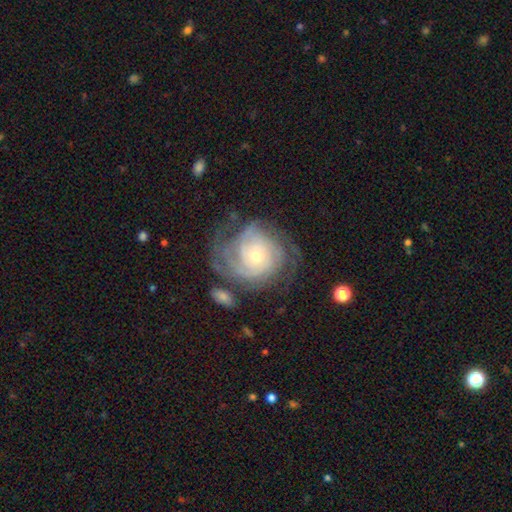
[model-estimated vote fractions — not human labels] Smooth or featured? Predicted: featured or disk (p=0.86). Edge-on disk? Predicted: no (p=0.97). Bar? Predicted: no (p=0.79). Spiral arms? Predicted: yes (p=0.95). Spiral winding? Predicted: tight (p=0.72). Spiral arm count? Predicted: can't tell (p=0.32). Bulge size? Predicted: small (p=0.60). Merging? Predicted: none (p=0.63).